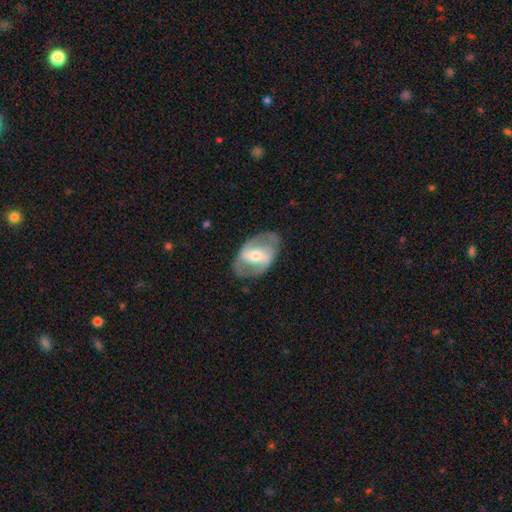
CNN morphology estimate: This is likely a featured or disk galaxy (75%). It is clearly not viewed edge-on (95%). Bar: possibly strong (48%). Spiral arm pattern: likely yes (75%). Spiral arm count: clearly 2 (84%). Spiral winding: possibly medium (45%). Central bulge: possibly moderate (57%). Merging: likely none (78%).